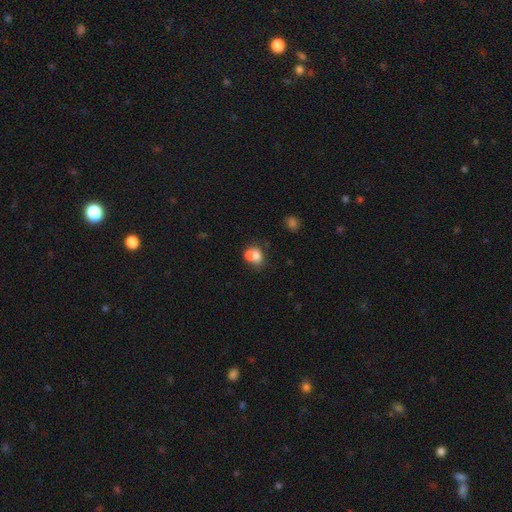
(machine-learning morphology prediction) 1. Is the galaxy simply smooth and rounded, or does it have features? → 70% smooth, 20% featured or disk, 11% star or artifact.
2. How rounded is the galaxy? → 52% round, 47% in between, 1% cigar-shaped.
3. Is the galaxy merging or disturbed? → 62% merger, 25% none, 8% minor disturbance, 5% major disturbance.